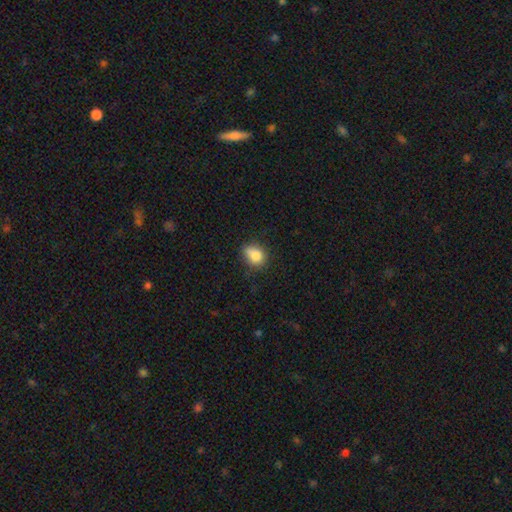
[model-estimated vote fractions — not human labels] Smooth or featured: smooth — 82% (star or artifact — 10%)
How rounded: in between — 56% (round — 43%)
Merging: none — 58% (minor disturbance — 30%)